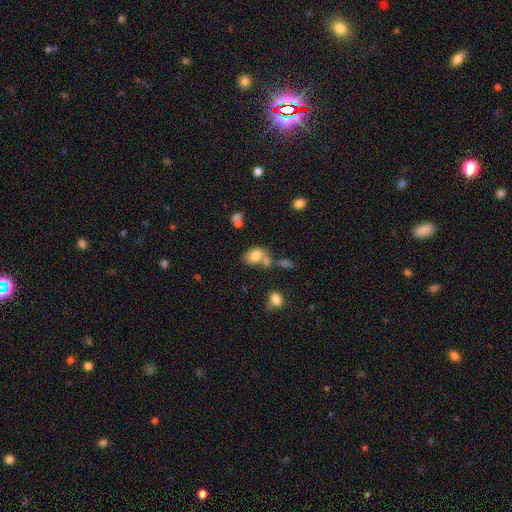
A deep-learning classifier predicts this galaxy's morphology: The model was most divided on "merging": none: 41%, merger: 36%, minor disturbance: 16%, major disturbance: 8%. More confident: smooth or featured — smooth (76%); how rounded — in between (72%).